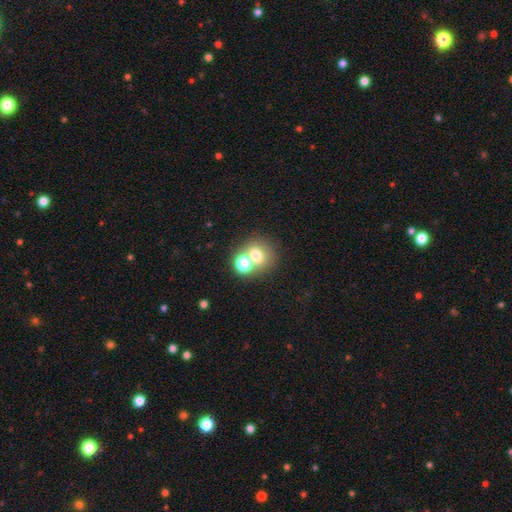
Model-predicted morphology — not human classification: Smooth or featured? Predicted: smooth (p=0.68). How rounded? Predicted: round (p=0.72). Merging? Predicted: none (p=0.45).